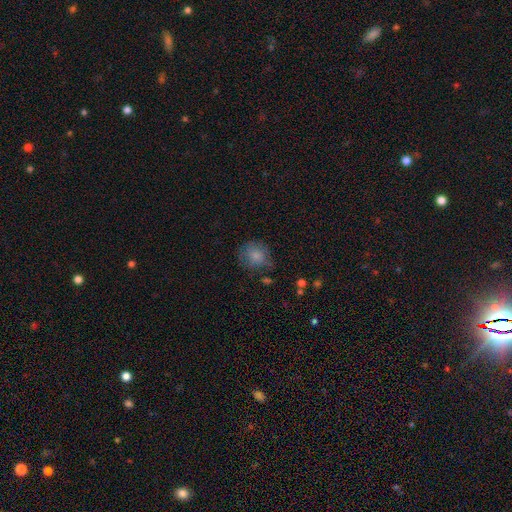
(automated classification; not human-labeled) Smooth or featured? Predicted: smooth (p=0.80). How rounded? Predicted: round (p=0.81). Merging? Predicted: none (p=0.64).